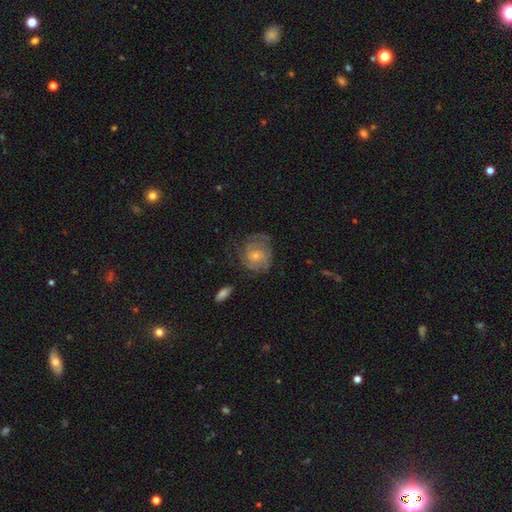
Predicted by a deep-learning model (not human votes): Smooth or featured: featured or disk — 56% (smooth — 36%)
Edge-on disk: no — 97% (yes — 3%)
Bar: no — 77% (weak — 20%)
Spiral arms: yes — 78% (no — 22%)
Bulge size: small — 71% (moderate — 22%)
Merging: none — 55% (minor disturbance — 24%)